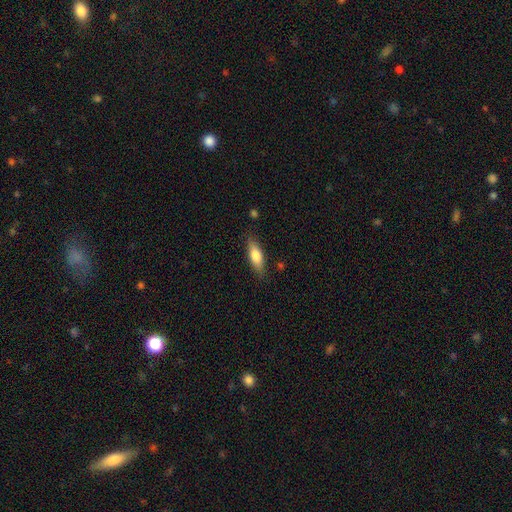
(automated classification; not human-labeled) Morphology: type=smooth (76%); roundness=in between (61%); merging=none (82%).